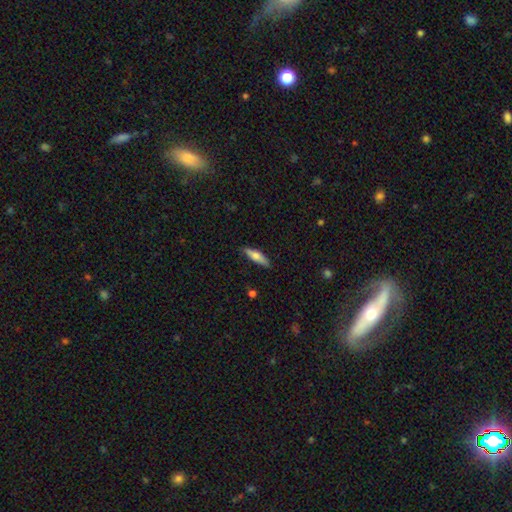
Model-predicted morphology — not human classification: Overall: smooth (64%; featured or disk 30%). How rounded: cigar-shaped (67%; in between 31%). Merging: none (82%).